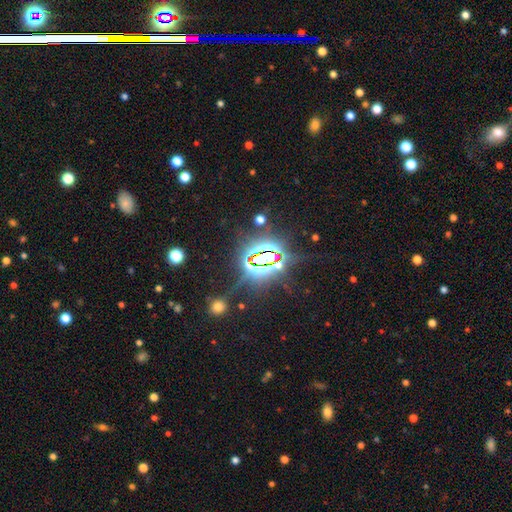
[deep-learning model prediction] Q: Smooth or featured?
A: star or artifact (84%); runner-up: featured or disk (9%)